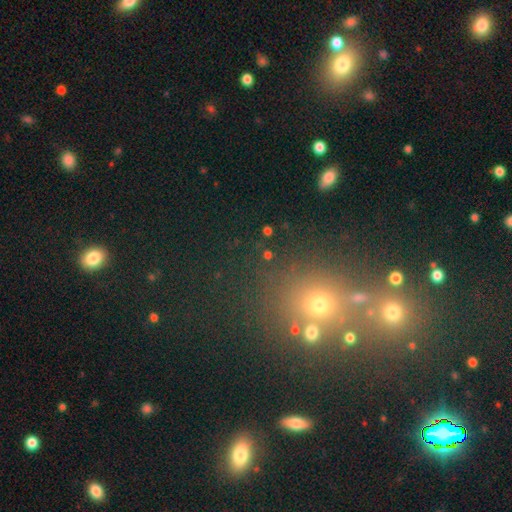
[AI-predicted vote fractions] A smooth galaxy with no disk features (45%).

Vote fractions:
- Smooth or featured? smooth: 45% / star or artifact: 43% / featured or disk: 12%
- Merging? none: 69% / merger: 14% / minor disturbance: 11% / major disturbance: 6%